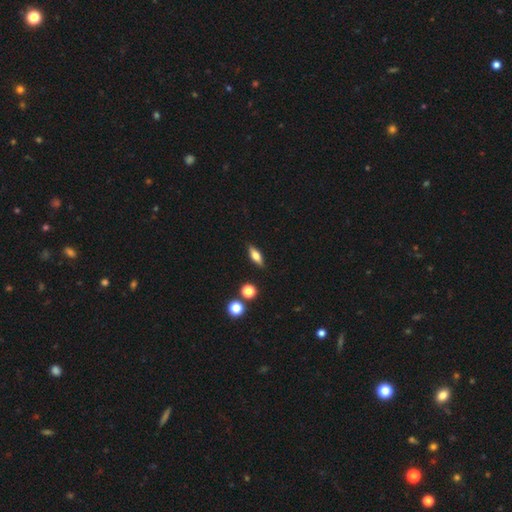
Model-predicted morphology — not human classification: Overall: smooth (56%; featured or disk 35%). How rounded: in between (58%; cigar-shaped 36%). Merging: none (87%).